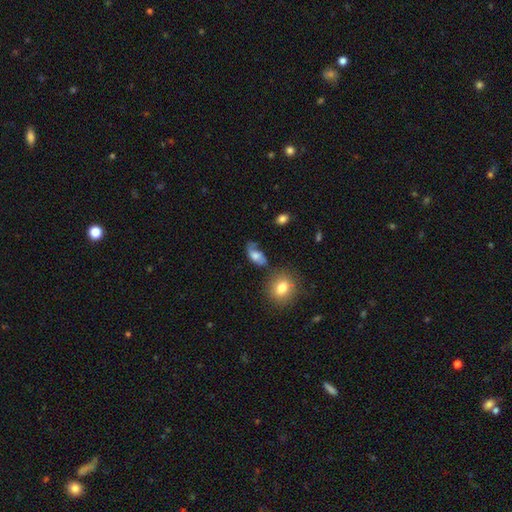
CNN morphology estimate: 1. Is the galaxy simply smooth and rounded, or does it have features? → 54% smooth, 36% featured or disk, 10% star or artifact.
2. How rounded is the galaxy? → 85% in between, 10% round, 5% cigar-shaped.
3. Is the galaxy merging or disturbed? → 42% none, 29% minor disturbance, 20% major disturbance, 9% merger.